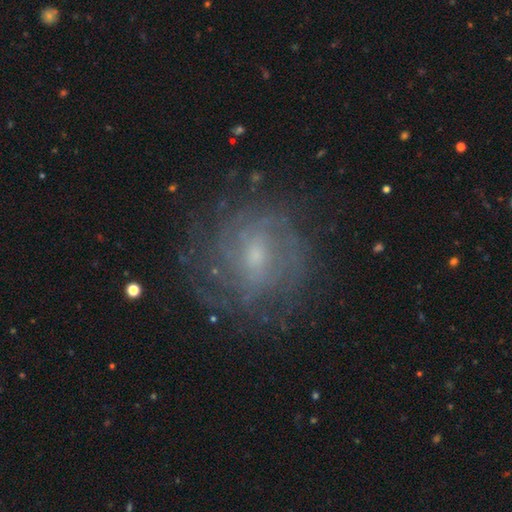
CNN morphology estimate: smooth-or-featured: featured or disk: 73% | smooth: 16% | star or artifact: 11%
  disk-edge-on: no: 97% | yes: 3%
    bar: weak: 47% | no: 45% | strong: 8%
    has-spiral-arms: yes: 84% | no: 16%
      spiral-winding: tight: 59% | medium: 30% | loose: 11%
      spiral-arm-count: can't tell: 54% | 2: 13% | 3: 11% | 4: 11% | more than 4: 7% | 1: 5%
    bulge-size: small: 62% | moderate: 30% | none: 5% | large: 2% | dominant: 1%
  merging: none: 76% | minor disturbance: 14% | major disturbance: 8% | merger: 1%